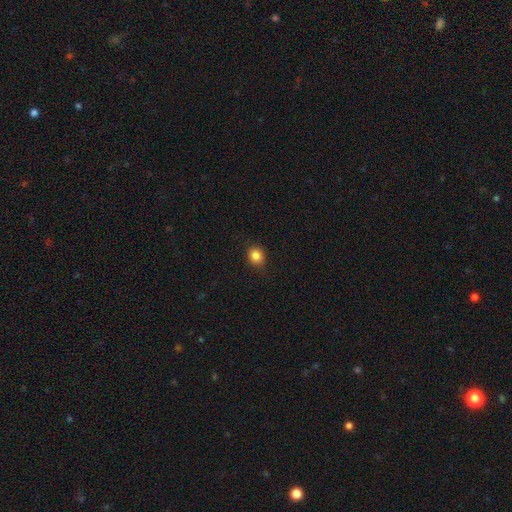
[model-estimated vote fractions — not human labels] Morphology: type=smooth (85%); roundness=round (76%); merging=none (85%).